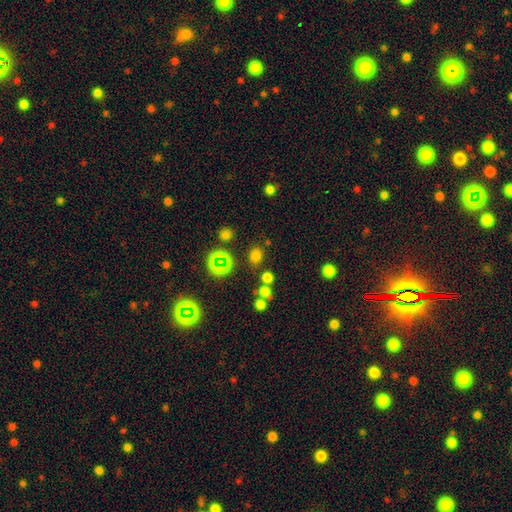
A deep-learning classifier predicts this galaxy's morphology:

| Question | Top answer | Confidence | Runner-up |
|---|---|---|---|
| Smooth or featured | smooth | 69% | star or artifact (25%) |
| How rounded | round | 64% | in between (34%) |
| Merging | none | 78% | minor disturbance (9%) |